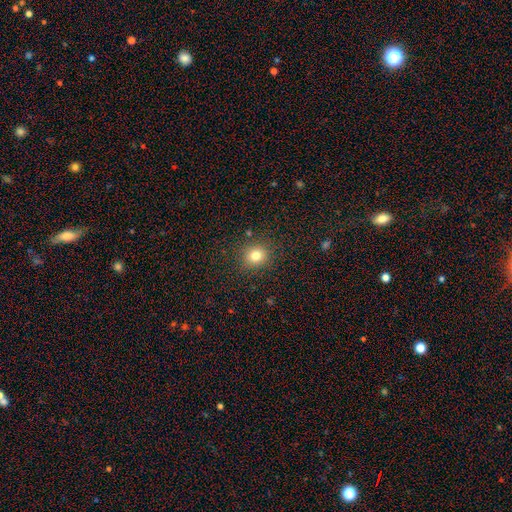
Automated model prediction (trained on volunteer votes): smooth_or_featured: smooth (p=0.79) [alt: star or artifact p=0.14]
how_rounded: round (p=0.79) [alt: in between p=0.20]
merging: none (p=0.87) [alt: minor disturbance p=0.09]